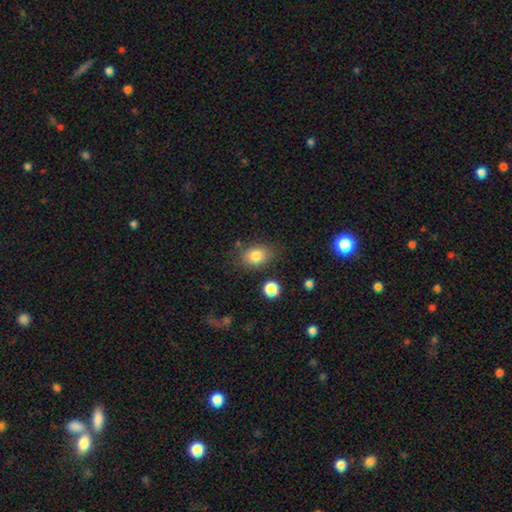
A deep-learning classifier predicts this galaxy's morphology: A smooth galaxy with no disk features (82%) that is in between round and cigar-shaped (69%). Merging: none (74%).